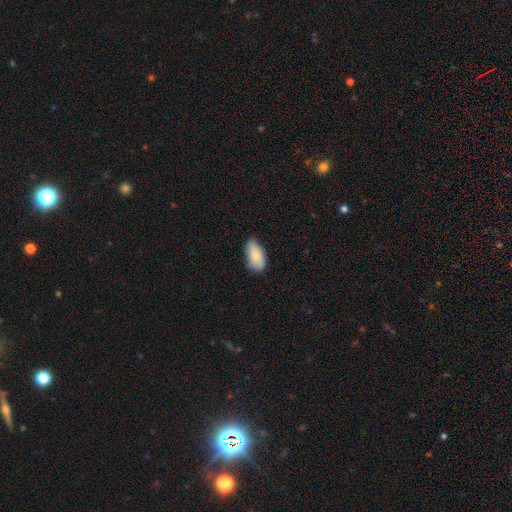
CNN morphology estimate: smooth-or-featured: smooth: 78% | featured or disk: 15% | star or artifact: 7%
  how-rounded: in between: 93% | round: 4% | cigar-shaped: 3%
  merging: none: 67% | minor disturbance: 28% | major disturbance: 4% | merger: 1%